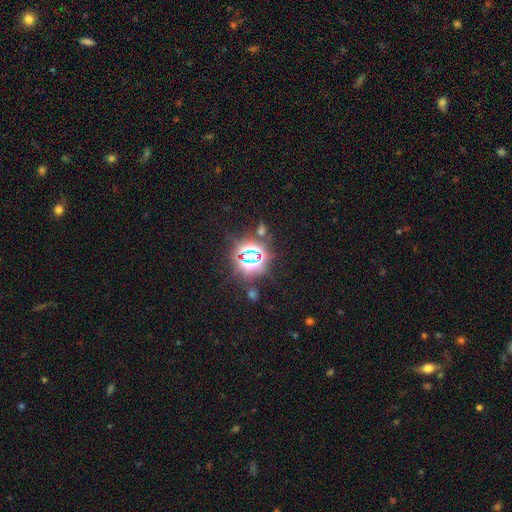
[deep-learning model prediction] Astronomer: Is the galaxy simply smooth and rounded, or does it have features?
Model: star or artifact — 80%.